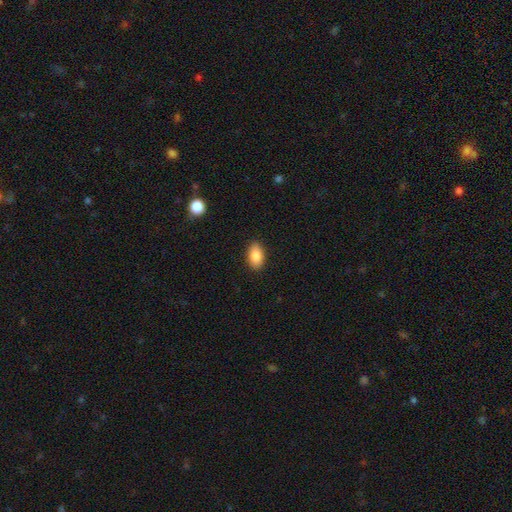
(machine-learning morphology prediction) Q: Smooth or featured?
A: smooth (87%); runner-up: star or artifact (7%)
Q: How rounded?
A: in between (92%); runner-up: round (6%)
Q: Merging?
A: none (89%); runner-up: minor disturbance (8%)